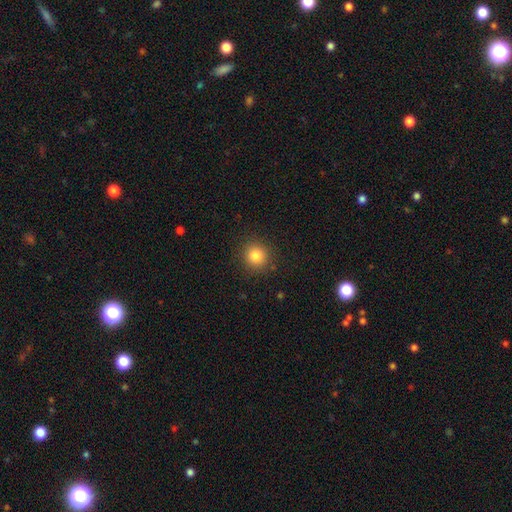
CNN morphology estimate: smooth 82%, star or artifact 12%, featured or disk 5%. Down the decision tree: how rounded — round (92%); merging — none (89%).